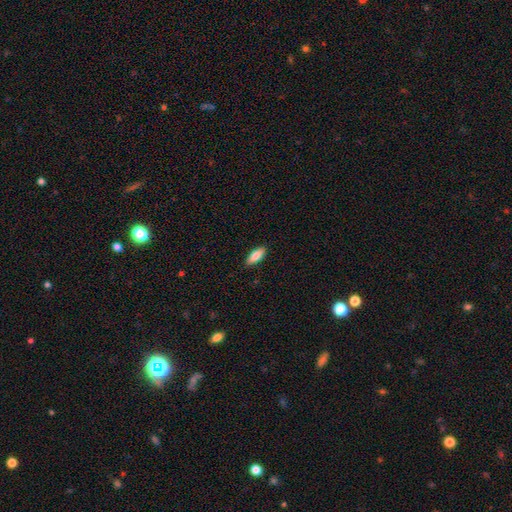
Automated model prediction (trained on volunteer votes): A smooth galaxy with no disk features (81%) that is in between round and cigar-shaped (73%). Merging: none (88%).